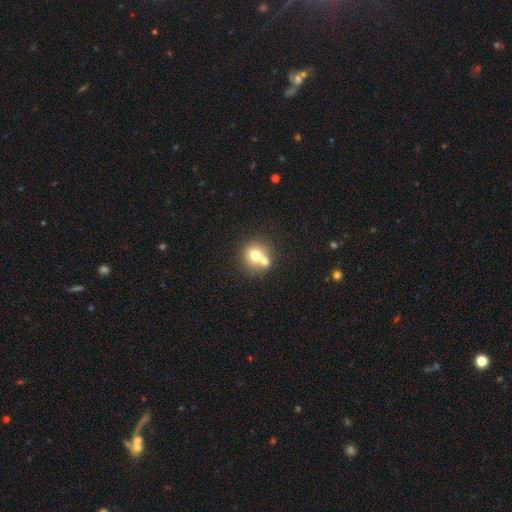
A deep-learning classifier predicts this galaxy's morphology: Overall: smooth (69%). How rounded: round (83%). Merging: merger (45%; none 44%).